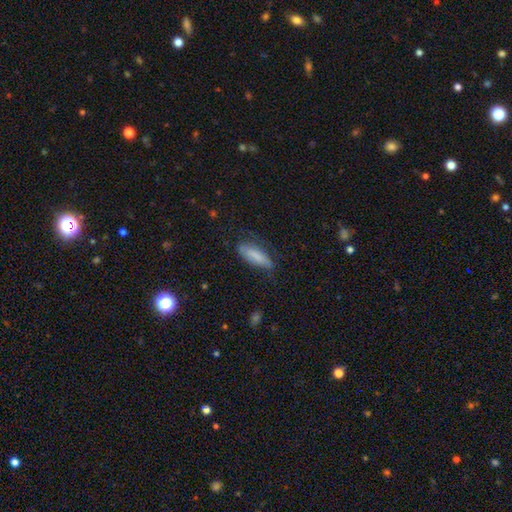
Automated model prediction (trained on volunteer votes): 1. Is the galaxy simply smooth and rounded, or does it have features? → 75% smooth, 18% featured or disk, 8% star or artifact.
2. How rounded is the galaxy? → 59% in between, 39% cigar-shaped, 2% round.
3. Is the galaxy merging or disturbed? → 56% none, 30% minor disturbance, 12% major disturbance, 2% merger.